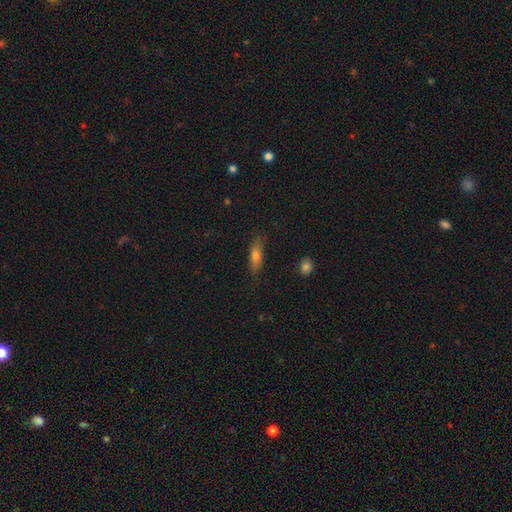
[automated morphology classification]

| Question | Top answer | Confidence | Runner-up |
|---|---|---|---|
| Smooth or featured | smooth | 68% | featured or disk (25%) |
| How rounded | cigar-shaped | 51% | in between (46%) |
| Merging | none | 82% | minor disturbance (13%) |